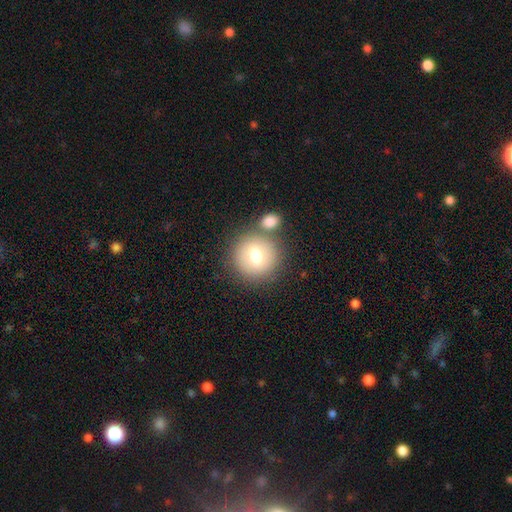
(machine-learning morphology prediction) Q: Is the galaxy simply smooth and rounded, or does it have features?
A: smooth — 73%.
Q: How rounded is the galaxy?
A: round — 93%.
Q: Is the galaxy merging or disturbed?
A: none — 70%.